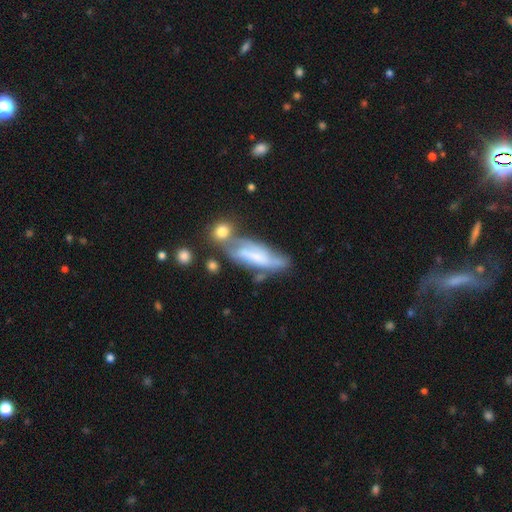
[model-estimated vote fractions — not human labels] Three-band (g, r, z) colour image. It shows a featured or disk galaxy (54%). Merging: none (37%).